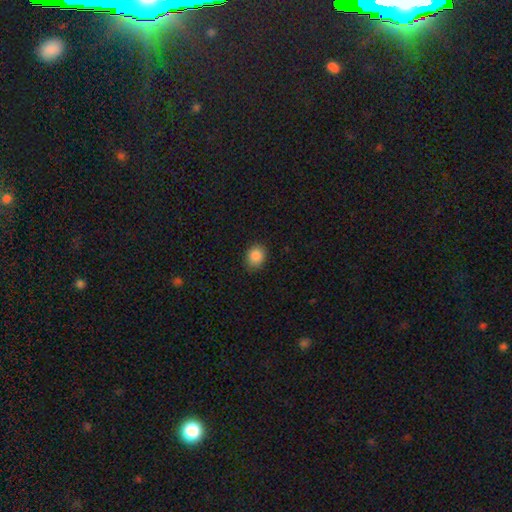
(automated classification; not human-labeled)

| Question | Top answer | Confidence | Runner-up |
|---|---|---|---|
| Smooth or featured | smooth | 87% | star or artifact (9%) |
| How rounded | round | 52% | in between (47%) |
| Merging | none | 85% | minor disturbance (12%) |